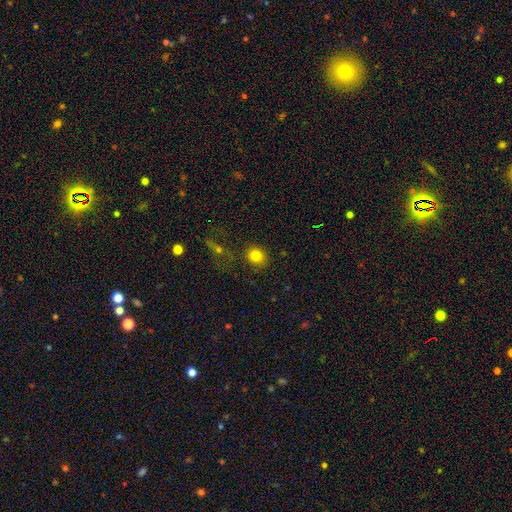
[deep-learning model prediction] smooth_or_featured: smooth (p=0.80) [alt: star or artifact p=0.12]
how_rounded: round (p=0.74) [alt: in between p=0.25]
merging: none (p=0.84) [alt: minor disturbance p=0.09]